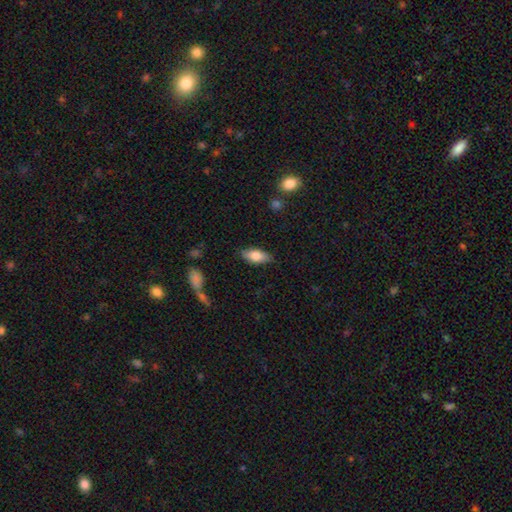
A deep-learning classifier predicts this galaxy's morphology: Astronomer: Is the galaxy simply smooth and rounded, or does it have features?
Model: smooth — 78%.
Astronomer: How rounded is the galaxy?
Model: in between — 83%.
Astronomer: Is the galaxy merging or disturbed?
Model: none — 82%.